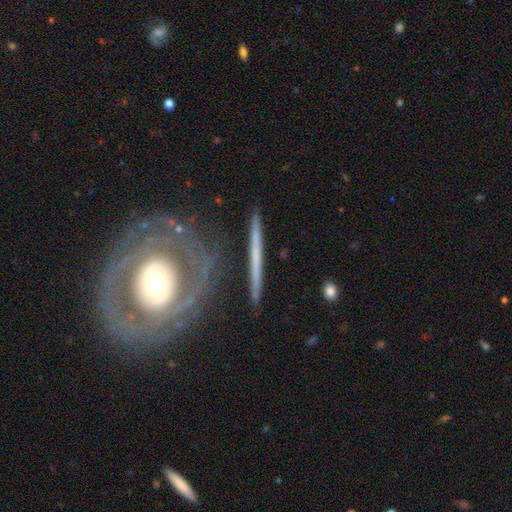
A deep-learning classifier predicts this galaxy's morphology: type=featured or disk (64%); edge-on=yes (72%); merging=none (83%).